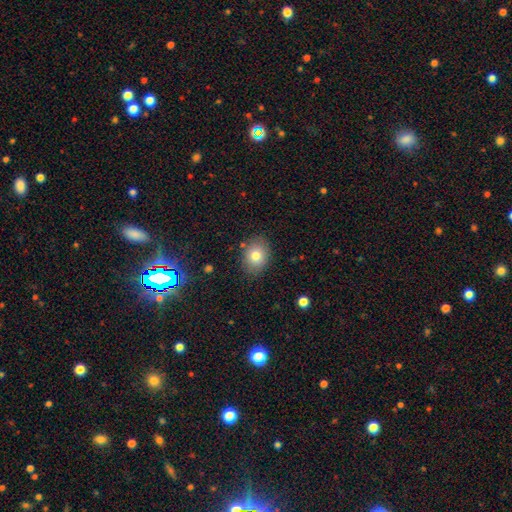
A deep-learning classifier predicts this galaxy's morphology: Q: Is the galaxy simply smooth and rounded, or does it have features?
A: smooth — 79%.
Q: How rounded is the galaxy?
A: in between — 57%.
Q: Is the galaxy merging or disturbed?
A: none — 84%.